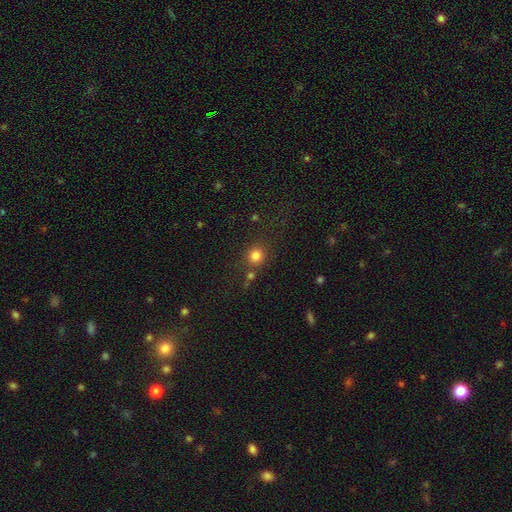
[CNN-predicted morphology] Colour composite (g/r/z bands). It shows a smooth galaxy with no disk features (81%) that is round (91%). Merging: none (76%).